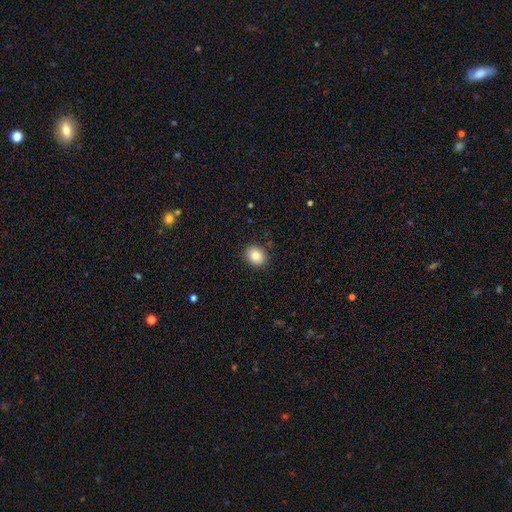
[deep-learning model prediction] Overall: smooth (83%). How rounded: round (62%; in between 37%). Merging: none (89%).